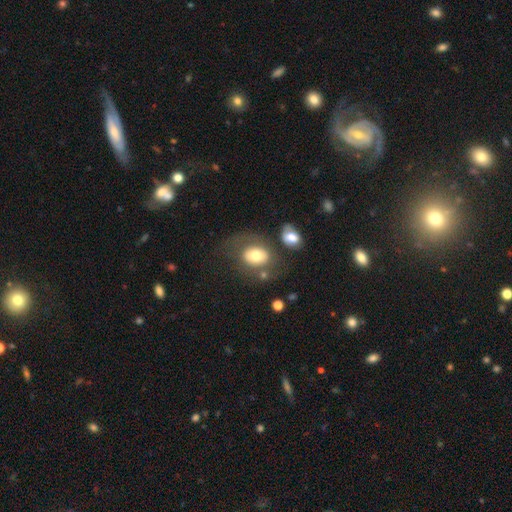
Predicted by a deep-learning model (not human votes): Smooth or featured?
  - smooth: 65% *
  - featured or disk: 26%
  - star or artifact: 9%
How rounded?
  - in between: 57% *
  - round: 42%
  - cigar-shaped: 1%
Merging?
  - none: 48% *
  - major disturbance: 18%
  - minor disturbance: 18%
  - merger: 16%